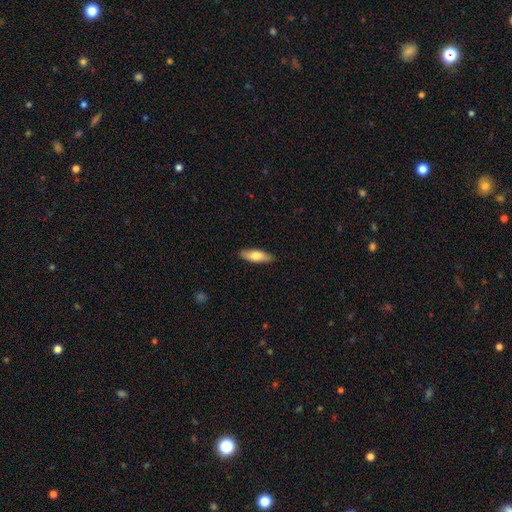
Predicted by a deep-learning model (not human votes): smooth 73%, featured or disk 21%, star or artifact 6%. Down the decision tree: how rounded — in between (57%); merging — none (89%).